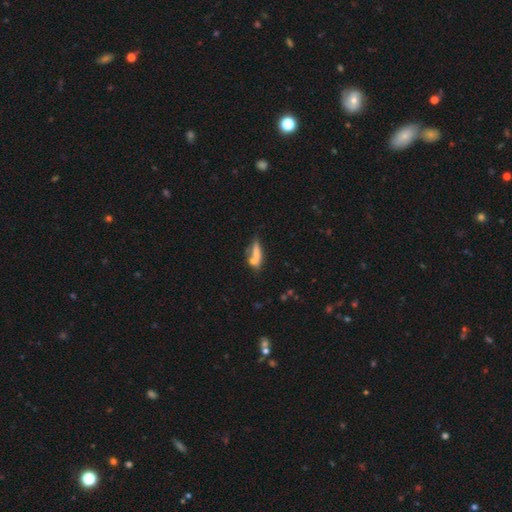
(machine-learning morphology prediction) smooth-or-featured: smooth: 62% | featured or disk: 28% | star or artifact: 9%
  how-rounded: cigar-shaped: 62% | in between: 35% | round: 3%
  merging: none: 42% | merger: 32% | minor disturbance: 18% | major disturbance: 8%